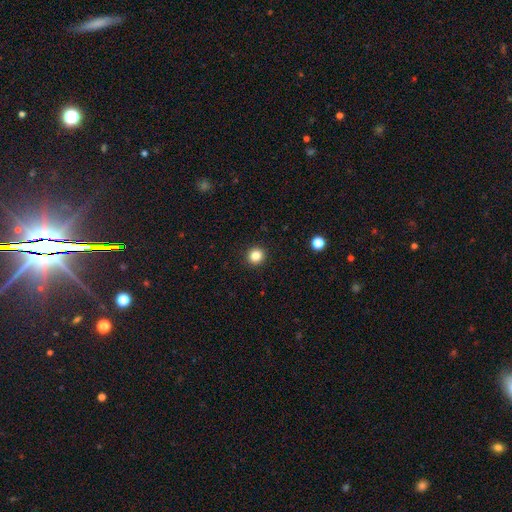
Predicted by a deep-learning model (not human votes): Smooth or featured?
  - smooth: 85% *
  - star or artifact: 11%
  - featured or disk: 4%
How rounded?
  - round: 93% *
  - in between: 6%
  - cigar-shaped: 1%
Merging?
  - none: 93% *
  - minor disturbance: 5%
  - major disturbance: 2%
  - merger: 1%